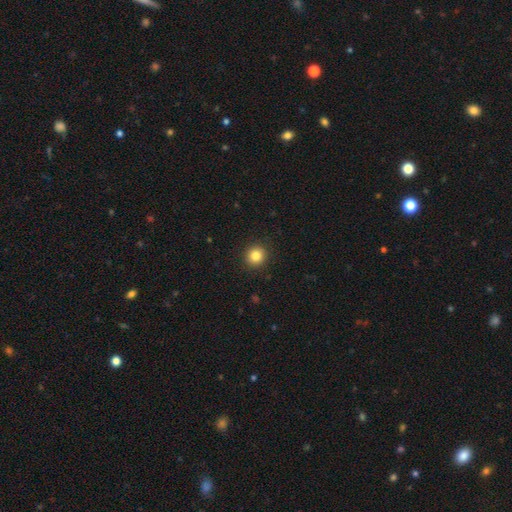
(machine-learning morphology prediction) Smooth or featured?
  - smooth: 84% *
  - star or artifact: 11%
  - featured or disk: 6%
How rounded?
  - round: 91% *
  - in between: 8%
  - cigar-shaped: 1%
Merging?
  - none: 92% *
  - minor disturbance: 5%
  - major disturbance: 2%
  - merger: 1%